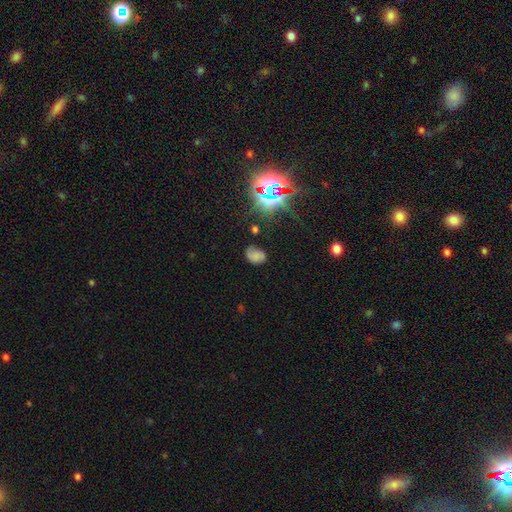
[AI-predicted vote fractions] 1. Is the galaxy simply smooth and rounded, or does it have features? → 60% smooth, 23% star or artifact, 16% featured or disk.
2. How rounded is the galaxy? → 75% in between, 24% round, 1% cigar-shaped.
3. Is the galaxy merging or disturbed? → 63% none, 25% minor disturbance, 9% major disturbance, 3% merger.